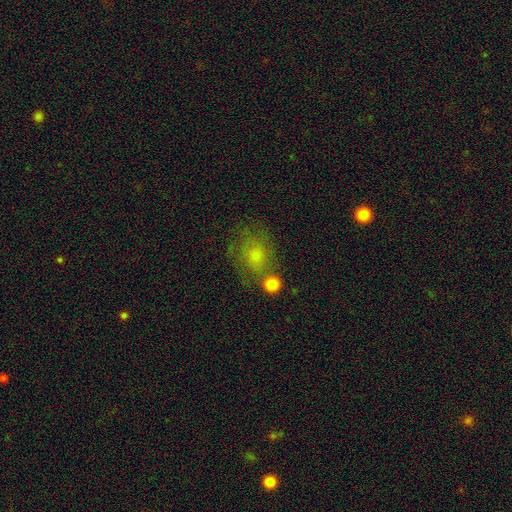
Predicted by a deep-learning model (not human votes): Smooth or featured?
  - smooth: 54% *
  - featured or disk: 28%
  - star or artifact: 18%
How rounded?
  - round: 63% *
  - in between: 36%
  - cigar-shaped: 1%
Merging?
  - none: 59% *
  - minor disturbance: 18%
  - merger: 12%
  - major disturbance: 11%